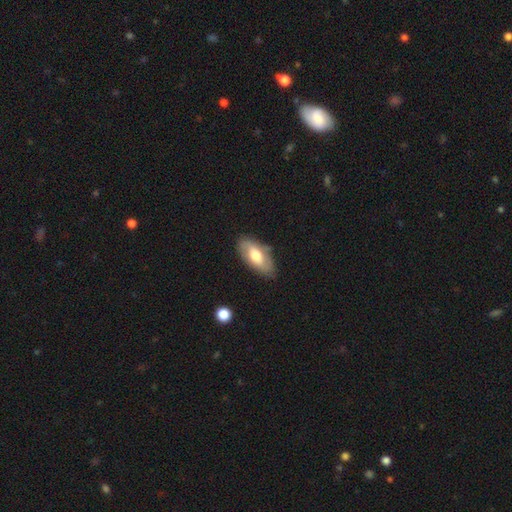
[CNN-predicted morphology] The model was most divided on "smooth or featured": smooth: 57%, featured or disk: 37%, star or artifact: 6%. More confident: how rounded — in between (91%); merging — none (77%).